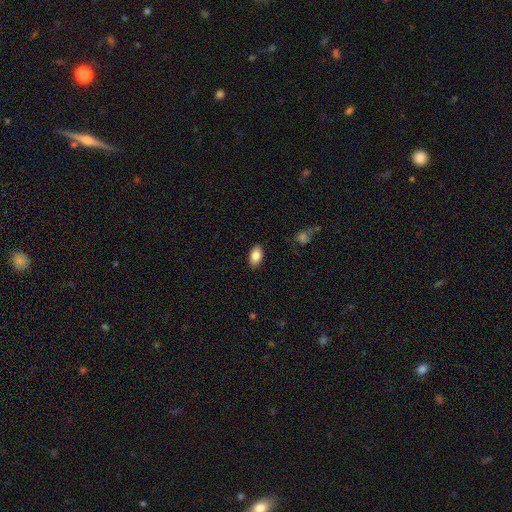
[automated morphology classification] smooth 85%, star or artifact 7%, featured or disk 7%. Down the decision tree: how rounded — in between (92%); merging — none (88%).